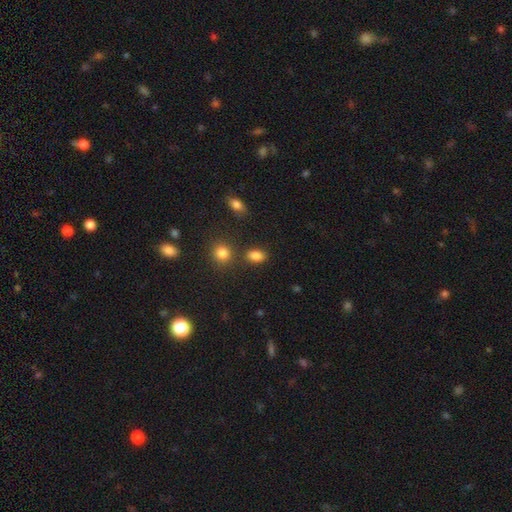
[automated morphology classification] This is clearly a smooth galaxy (85%). How rounded: likely in between (79%). Merging: likely none (79%).